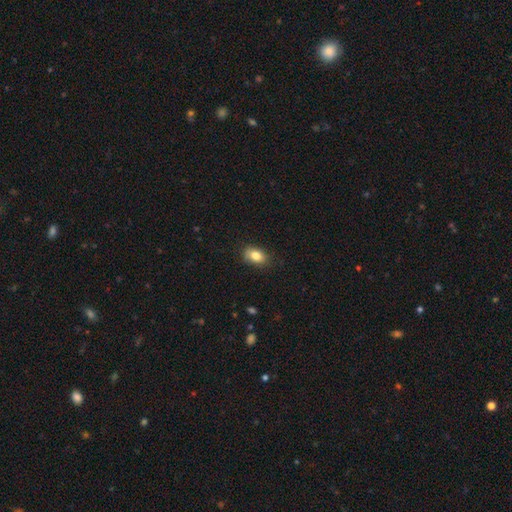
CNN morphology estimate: smooth-or-featured: smooth: 82% | featured or disk: 9% | star or artifact: 9%
  how-rounded: in between: 82% | round: 16% | cigar-shaped: 2%
  merging: none: 81% | minor disturbance: 15% | major disturbance: 3% | merger: 1%